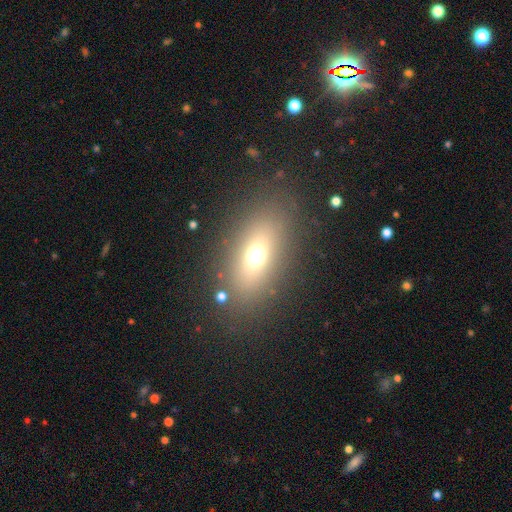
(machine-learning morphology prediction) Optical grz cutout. It shows a smooth galaxy with no disk features (62%) that is in between round and cigar-shaped (72%). Merging: none (82%).